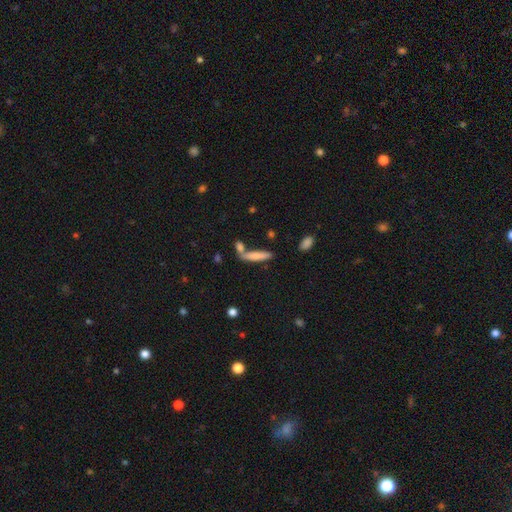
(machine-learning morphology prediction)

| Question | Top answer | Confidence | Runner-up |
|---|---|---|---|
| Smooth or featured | smooth | 74% | featured or disk (18%) |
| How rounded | cigar-shaped | 81% | in between (18%) |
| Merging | none | 62% | merger (21%) |